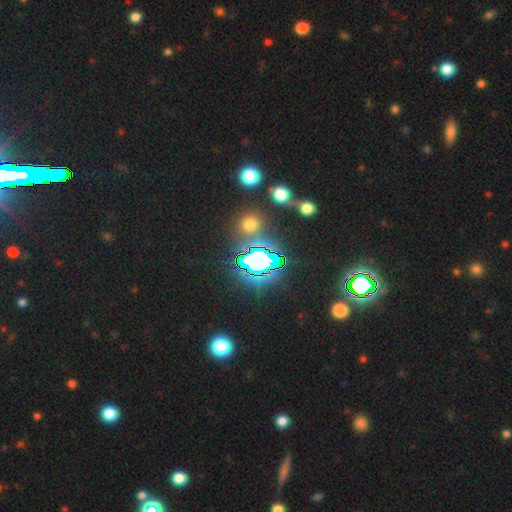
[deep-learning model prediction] This is likely a star or artifact rather than a galaxy (73%).